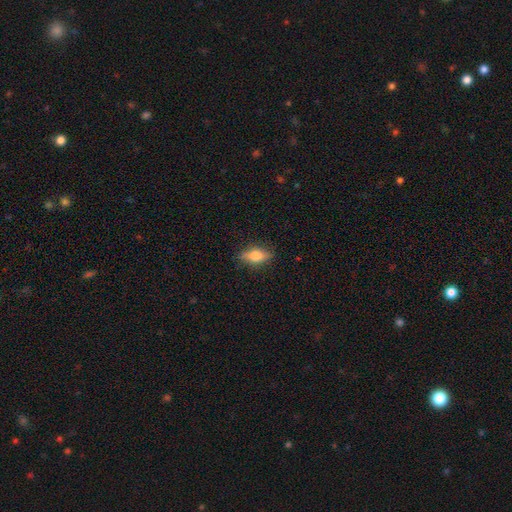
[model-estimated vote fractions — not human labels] smooth_or_featured: smooth (p=0.61) [alt: featured or disk p=0.30]
how_rounded: in between (p=0.75) [alt: cigar-shaped p=0.18]
merging: none (p=0.83) [alt: minor disturbance p=0.13]